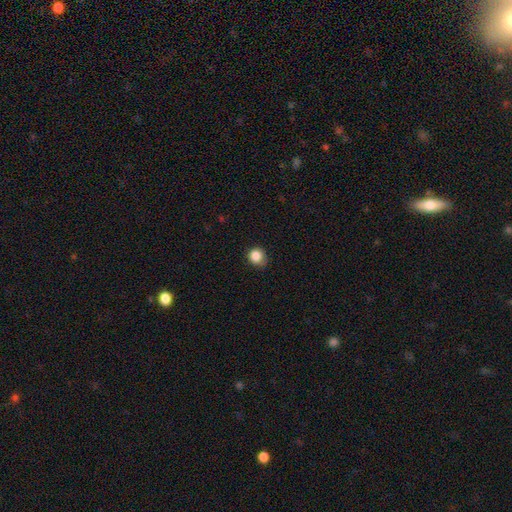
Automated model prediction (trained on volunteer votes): smooth_or_featured: smooth (p=0.85) [alt: star or artifact p=0.10]
how_rounded: round (p=0.82) [alt: in between p=0.18]
merging: none (p=0.69) [alt: minor disturbance p=0.25]